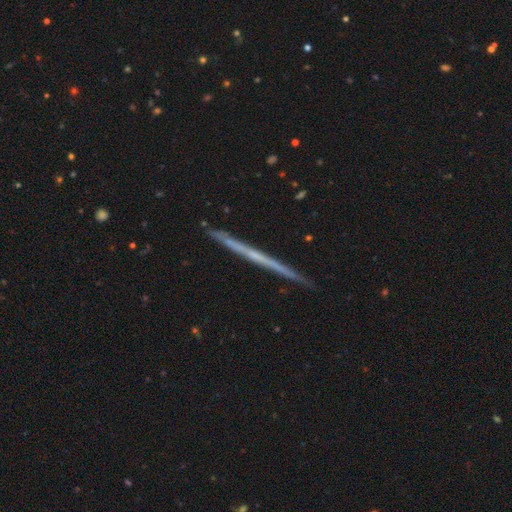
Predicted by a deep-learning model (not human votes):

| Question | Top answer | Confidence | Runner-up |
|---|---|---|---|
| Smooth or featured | featured or disk | 69% | smooth (25%) |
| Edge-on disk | yes | 98% | no (2%) |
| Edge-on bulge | none | 81% | rounded (15%) |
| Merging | none | 91% | minor disturbance (6%) |